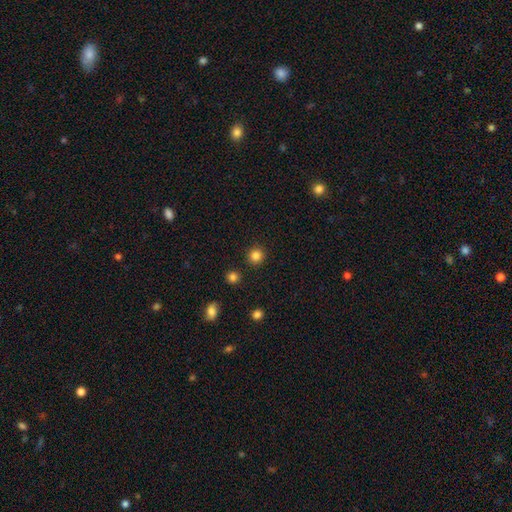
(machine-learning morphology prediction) Smooth or featured?
  - smooth: 83% *
  - star or artifact: 12%
  - featured or disk: 4%
How rounded?
  - round: 94% *
  - in between: 5%
  - cigar-shaped: 1%
Merging?
  - none: 91% *
  - minor disturbance: 5%
  - merger: 2%
  - major disturbance: 2%